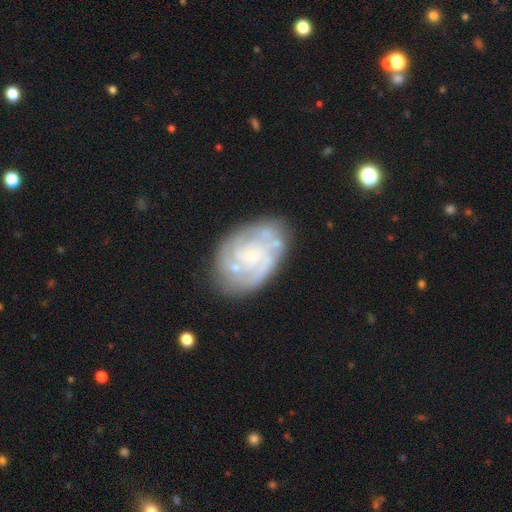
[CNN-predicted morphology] A featured or disk galaxy (78%) with no bar (69%), tight (60%) spiral arms (89%) and a small central bulge (65%).

Vote fractions:
- Smooth or featured? featured or disk: 78% / smooth: 16% / star or artifact: 7%
- Edge-on disk? no: 97% / yes: 3%
- Bar? no: 69% / weak: 26% / strong: 5%
- Spiral arms? yes: 89% / no: 11%
- Spiral winding? tight: 60% / medium: 31% / loose: 9%
- Spiral arm count? can't tell: 39% / 2: 22% / 3: 19% / 4: 10% / more than 4: 5% / 1: 5%
- Bulge size? small: 65% / moderate: 20% / none: 12% / large: 2% / dominant: 1%
- Merging? none: 72% / minor disturbance: 18% / major disturbance: 7% / merger: 3%